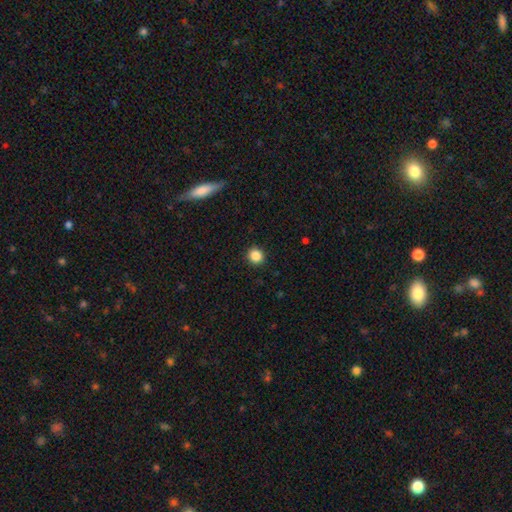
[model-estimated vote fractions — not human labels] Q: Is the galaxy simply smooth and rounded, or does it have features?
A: smooth — 86%.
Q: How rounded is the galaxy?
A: round — 91%.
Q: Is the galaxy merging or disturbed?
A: none — 92%.